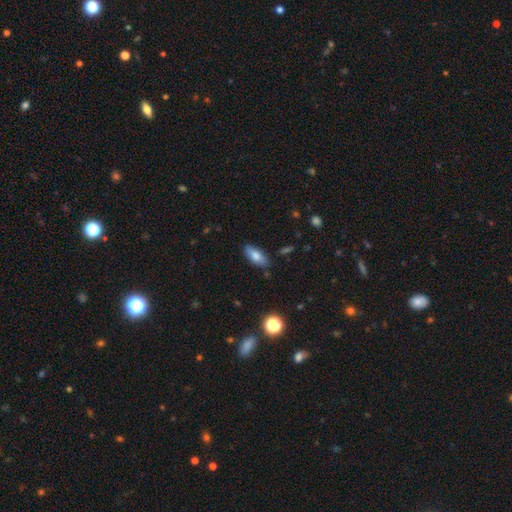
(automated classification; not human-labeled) Q: Smooth or featured?
A: smooth (77%); runner-up: featured or disk (15%)
Q: How rounded?
A: in between (80%); runner-up: cigar-shaped (17%)
Q: Merging?
A: none (83%); runner-up: minor disturbance (13%)